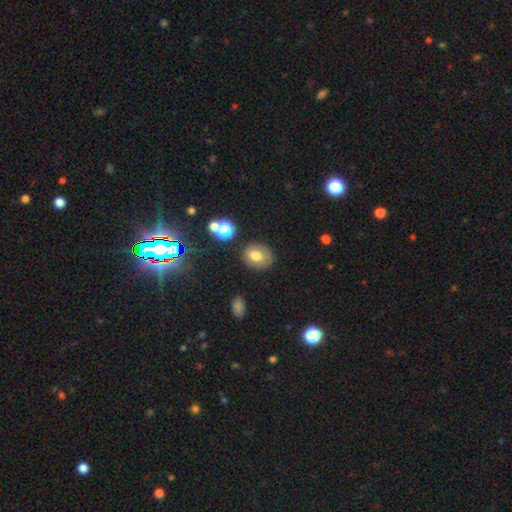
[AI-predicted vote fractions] Morphology: type=smooth (73%); roundness=in between (51%); merging=none (79%).